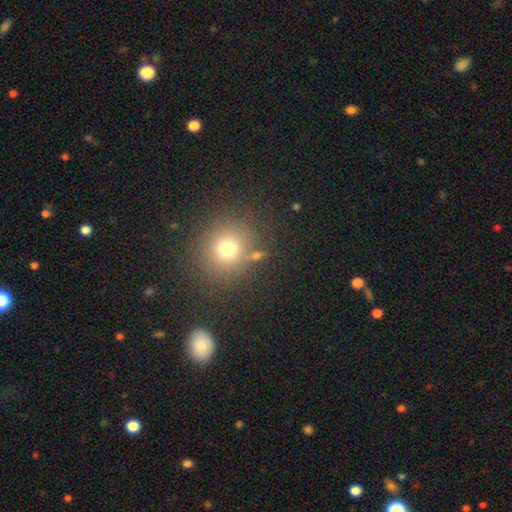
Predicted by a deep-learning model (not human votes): Smooth or featured?
  - smooth: 71% *
  - star or artifact: 19%
  - featured or disk: 9%
How rounded?
  - round: 83% *
  - in between: 15%
  - cigar-shaped: 1%
Merging?
  - none: 79% *
  - minor disturbance: 9%
  - merger: 7%
  - major disturbance: 4%